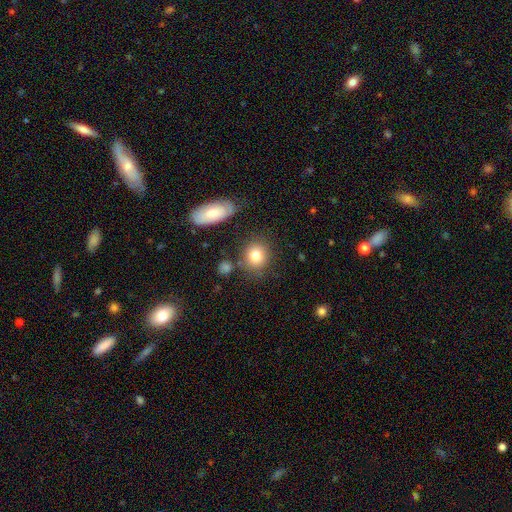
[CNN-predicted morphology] smooth_or_featured: smooth (p=0.81) [alt: featured or disk p=0.10]
how_rounded: round (p=0.71) [alt: in between p=0.28]
merging: none (p=0.76) [alt: minor disturbance p=0.13]